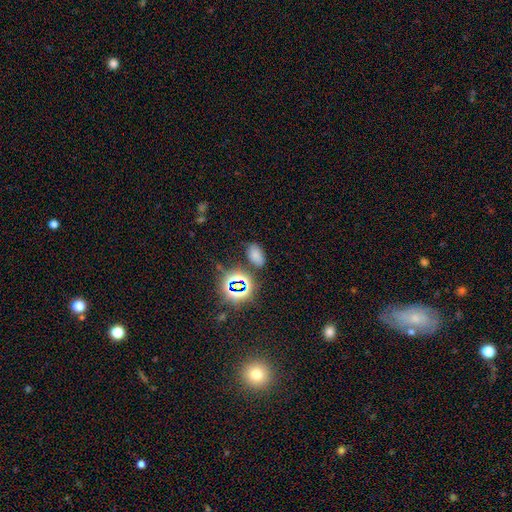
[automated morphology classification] type=smooth (63%); roundness=in between (90%); merging=none (75%).